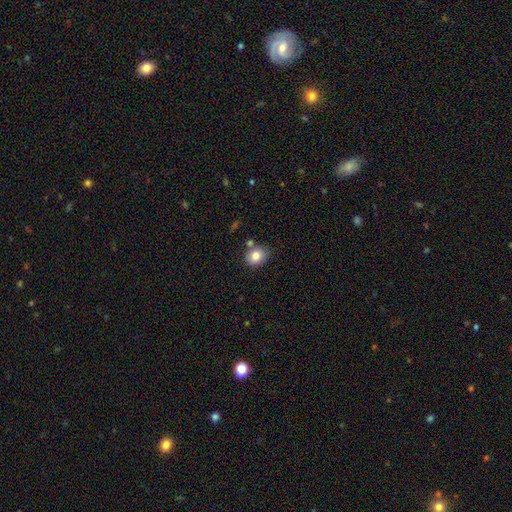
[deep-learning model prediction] Smooth or featured? smooth (83%)
How rounded? round (54%)
Merging? none (71%)